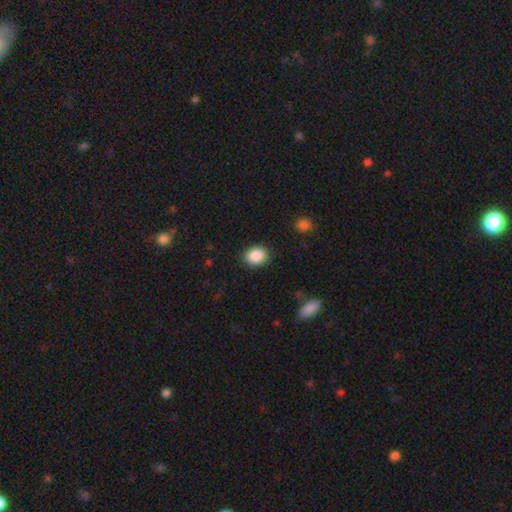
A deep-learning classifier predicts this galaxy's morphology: Smooth or featured? Predicted: smooth (p=0.88). How rounded? Predicted: round (p=0.51). Merging? Predicted: none (p=0.87).